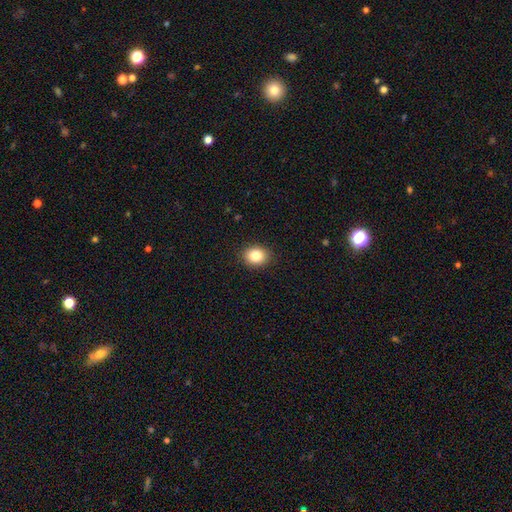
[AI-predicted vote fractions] A smooth galaxy with no disk features (83%) that is round (57%).

Vote fractions:
- Smooth or featured? smooth: 83% / star or artifact: 10% / featured or disk: 7%
- How rounded? round: 57% / in between: 42% / cigar-shaped: 1%
- Merging? none: 90% / minor disturbance: 7% / major disturbance: 2% / merger: 1%